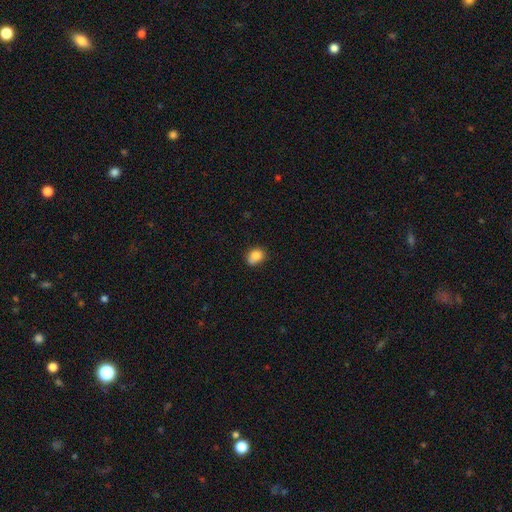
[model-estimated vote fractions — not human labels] Smooth or featured? Predicted: smooth (p=0.81). How rounded? Predicted: round (p=0.52). Merging? Predicted: none (p=0.56).